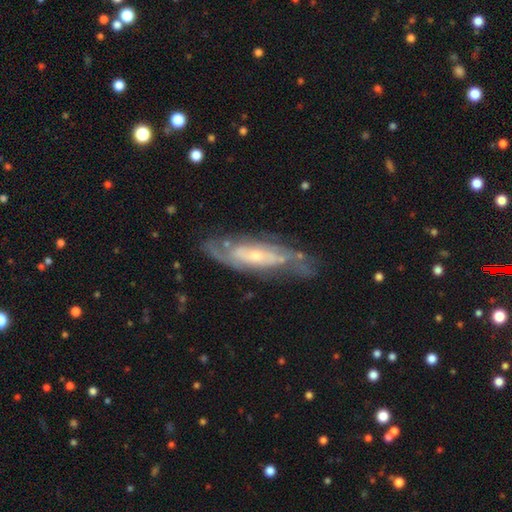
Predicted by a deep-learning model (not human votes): Overall: featured or disk (79%). Edge-on disk: no (79%). Bar: no (63%; weak 27%). Spiral arms: yes (81%). Spiral arm count: can't tell (47%; 2 37%). Spiral winding: tight (51%; medium 36%). Bulge size: small (67%; moderate 27%). Merging: none (66%).